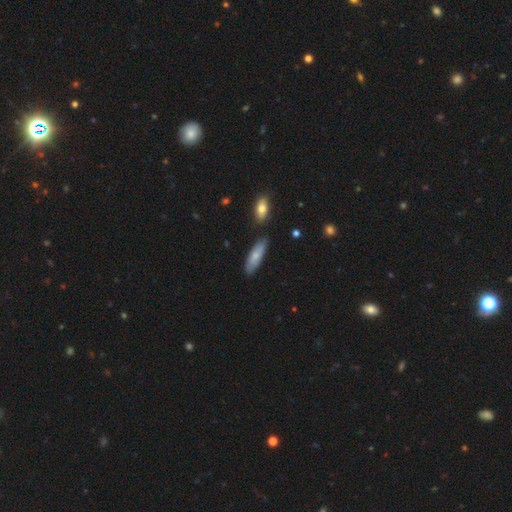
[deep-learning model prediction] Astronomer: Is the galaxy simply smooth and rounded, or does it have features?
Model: smooth — 69%.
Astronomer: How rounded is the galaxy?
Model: in between — 56% (runner-up: cigar-shaped, 42%).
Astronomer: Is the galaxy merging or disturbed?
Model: none — 74%.